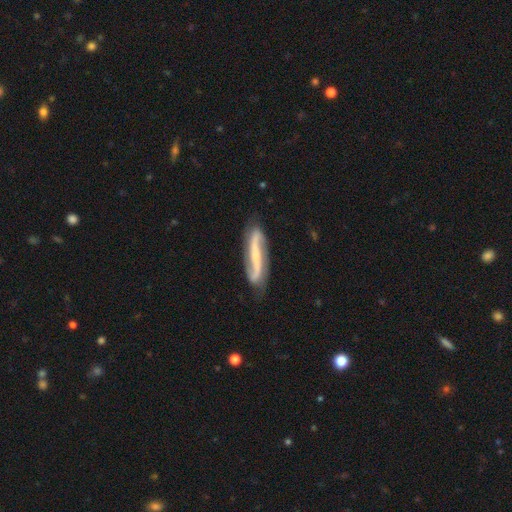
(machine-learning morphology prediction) Q: Smooth or featured?
A: featured or disk (85%); runner-up: smooth (10%)
Q: Edge-on disk?
A: no (84%); runner-up: yes (16%)
Q: Bar?
A: strong (51%); runner-up: weak (26%)
Q: Spiral arms?
A: yes (96%); runner-up: no (4%)
Q: Spiral winding?
A: loose (57%); runner-up: medium (30%)
Q: Spiral arm count?
A: 2 (92%); runner-up: can't tell (3%)
Q: Bulge size?
A: small (64%); runner-up: moderate (18%)
Q: Merging?
A: none (81%); runner-up: minor disturbance (14%)